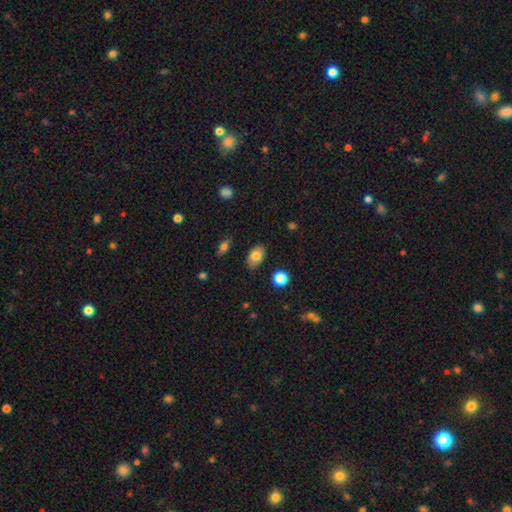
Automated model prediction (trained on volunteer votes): This is likely a smooth galaxy (79%). How rounded: clearly in between (89%). Merging: clearly none (83%).